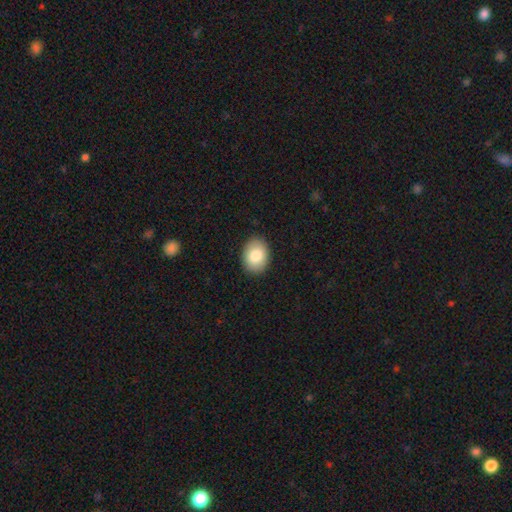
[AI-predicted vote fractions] Smooth or featured? Predicted: smooth (p=0.84). How rounded? Predicted: in between (p=0.71). Merging? Predicted: none (p=0.90).